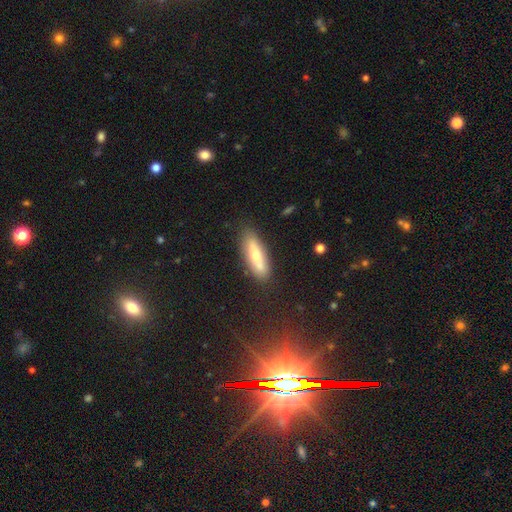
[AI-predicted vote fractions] Smooth or featured?
  - smooth: 53% *
  - featured or disk: 40%
  - star or artifact: 7%
How rounded?
  - cigar-shaped: 53% *
  - in between: 45%
  - round: 2%
Merging?
  - none: 81% *
  - minor disturbance: 13%
  - major disturbance: 3%
  - merger: 3%